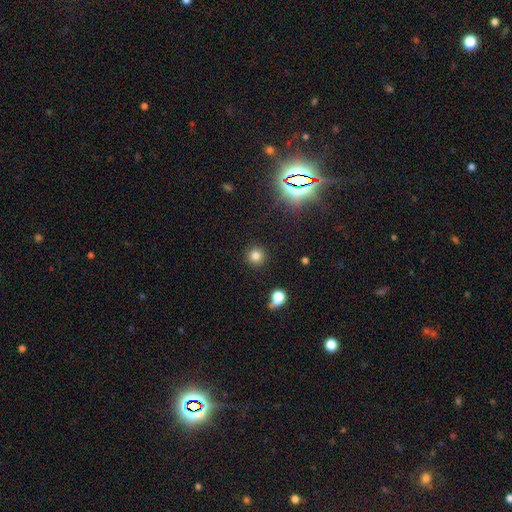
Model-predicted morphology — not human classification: The model was most divided on "smooth or featured": smooth: 78%, star or artifact: 16%, featured or disk: 6%. More confident: how rounded — round (94%); merging — none (91%).